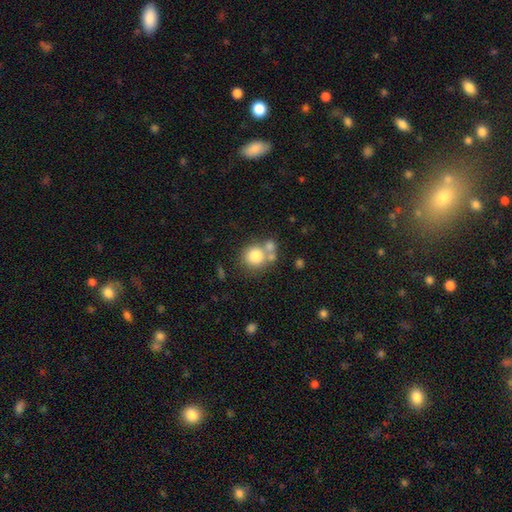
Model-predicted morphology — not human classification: Overall: smooth (77%). How rounded: round (87%). Merging: none (51%; merger 33%).